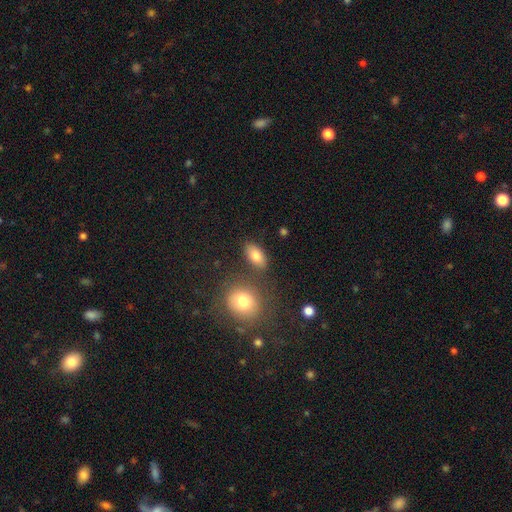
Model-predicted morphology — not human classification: Overall: smooth (82%). How rounded: in between (87%). Merging: none (76%).